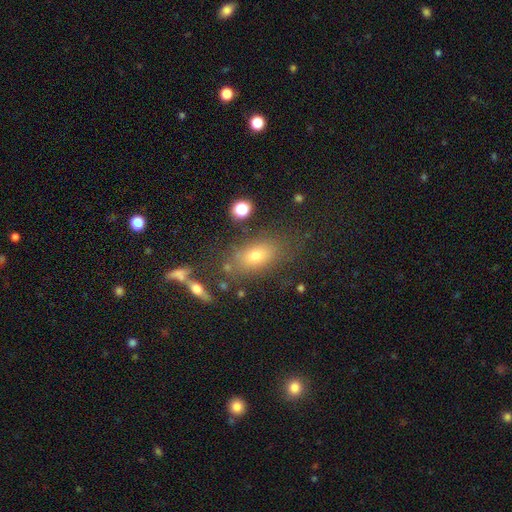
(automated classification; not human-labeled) This appears to be a smooth galaxy with no disk features (69%) that is in between round and cigar-shaped (80%). Merging: none (72%).